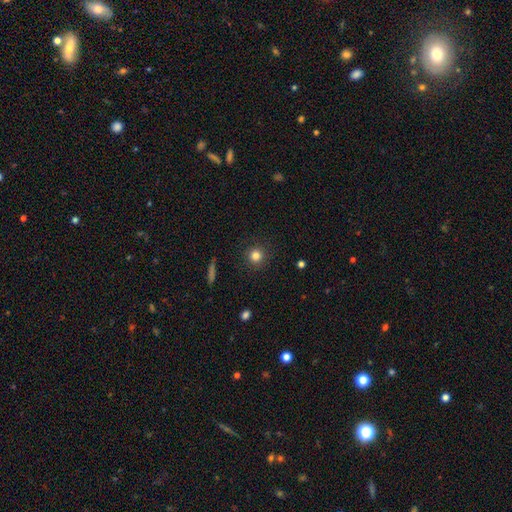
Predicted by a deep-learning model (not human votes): This is clearly a smooth galaxy (82%). How rounded: clearly round (94%). Merging: clearly none (90%).